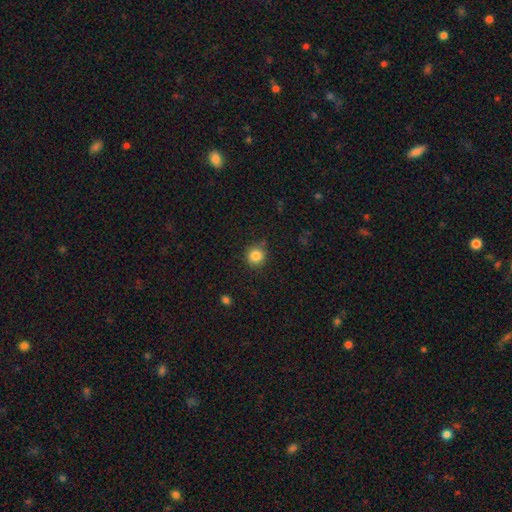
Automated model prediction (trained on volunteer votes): A smooth galaxy with no disk features (85%) that is round (92%).

Vote fractions:
- Smooth or featured? smooth: 85% / star or artifact: 11% / featured or disk: 5%
- How rounded? round: 92% / in between: 7% / cigar-shaped: 1%
- Merging? none: 86% / minor disturbance: 10% / major disturbance: 3% / merger: 2%